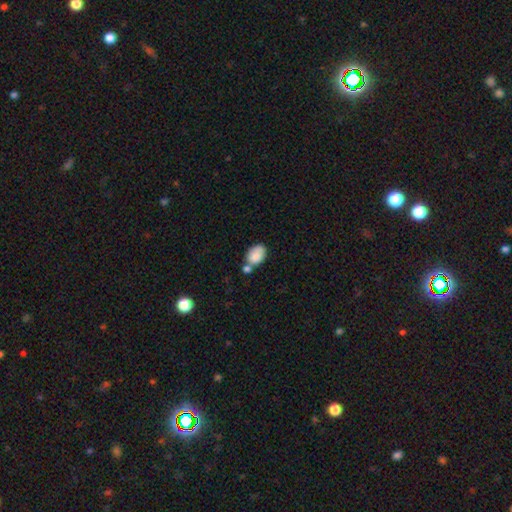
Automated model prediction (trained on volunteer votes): A smooth galaxy with no disk features (84%) that is in between round and cigar-shaped (84%). Merging: none (44%).